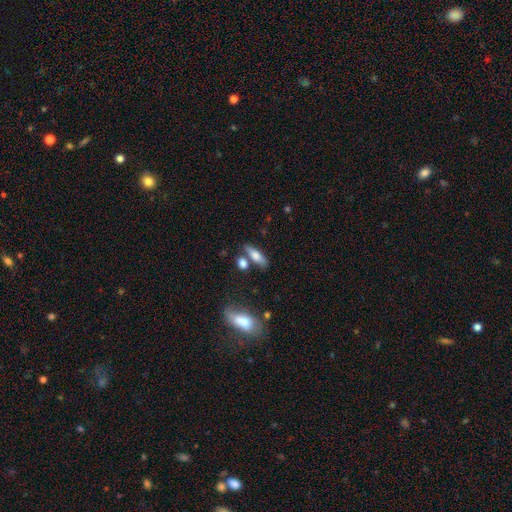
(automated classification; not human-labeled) Morphology: type=smooth (71%); roundness=in between (52%); merging=none (66%).